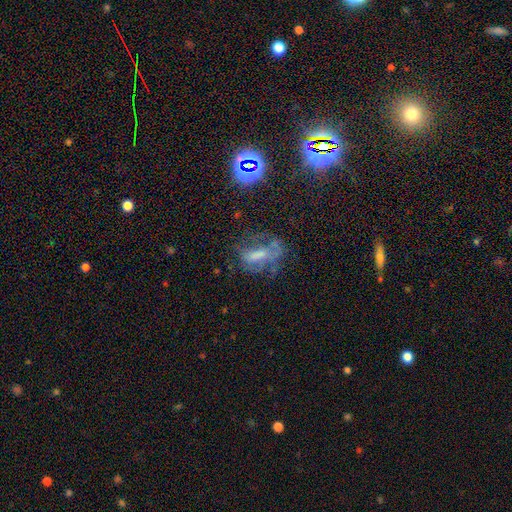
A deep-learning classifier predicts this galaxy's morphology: Overall: featured or disk (47%; star or artifact 28%). Merging: none (47%; major disturbance 28%).